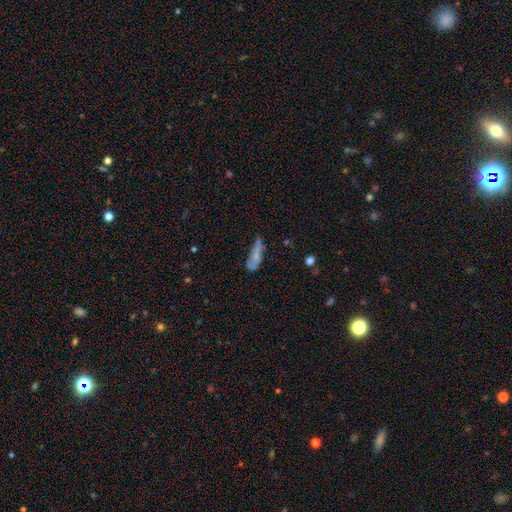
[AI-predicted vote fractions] The model was most divided on "merging": none: 42%, minor disturbance: 31%, major disturbance: 20%, merger: 6%. More confident: smooth or featured — smooth (60%); how rounded — cigar-shaped (55%).